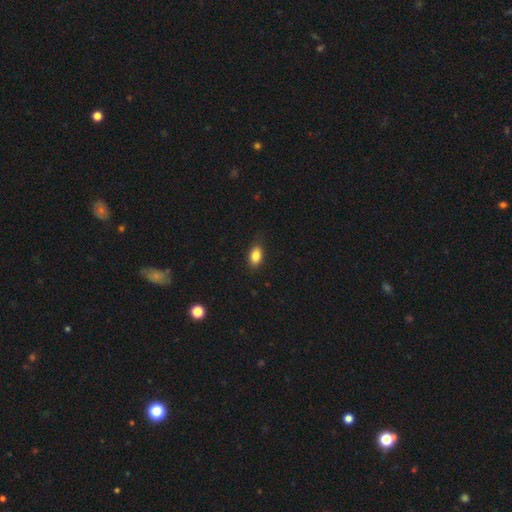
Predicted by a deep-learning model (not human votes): Morphology: type=smooth (85%); roundness=in between (89%); merging=none (85%).